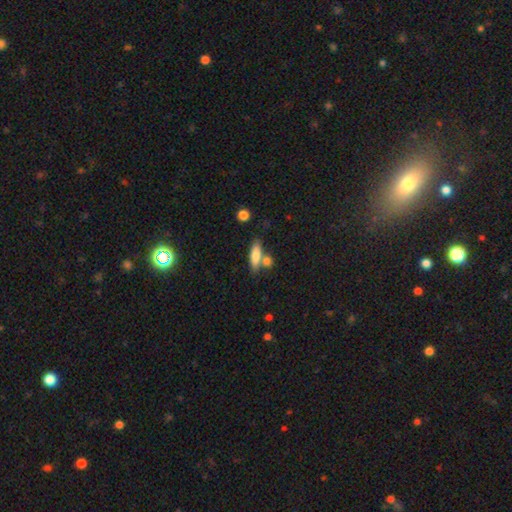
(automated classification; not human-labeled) Morphology: type=smooth (74%); roundness=cigar-shaped (51%); merging=none (60%).